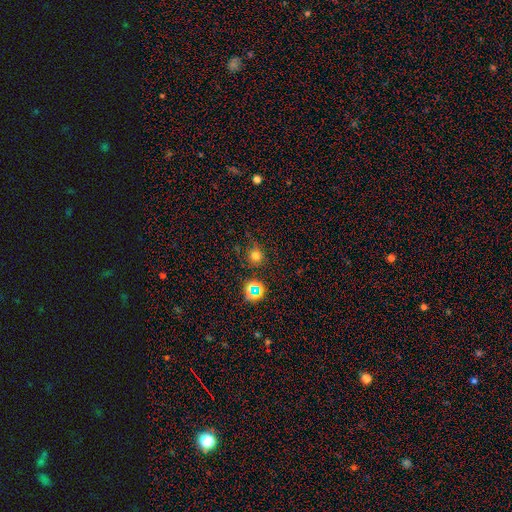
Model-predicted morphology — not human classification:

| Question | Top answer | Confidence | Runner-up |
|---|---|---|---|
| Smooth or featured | smooth | 70% | star or artifact (23%) |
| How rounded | round | 92% | in between (7%) |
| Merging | none | 76% | minor disturbance (15%) |